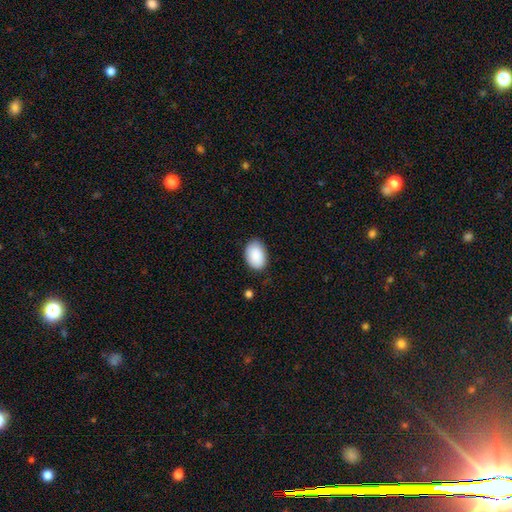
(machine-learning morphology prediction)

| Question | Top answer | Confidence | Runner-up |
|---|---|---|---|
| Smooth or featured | smooth | 90% | star or artifact (6%) |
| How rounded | in between | 88% | round (11%) |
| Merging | none | 80% | minor disturbance (16%) |